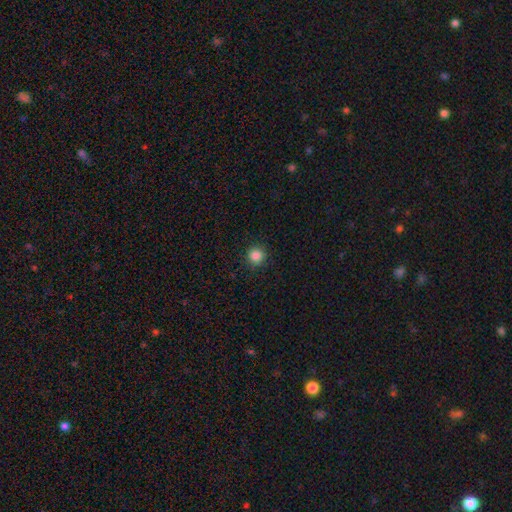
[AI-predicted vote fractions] Smooth or featured? smooth (86%)
How rounded? round (94%)
Merging? none (91%)